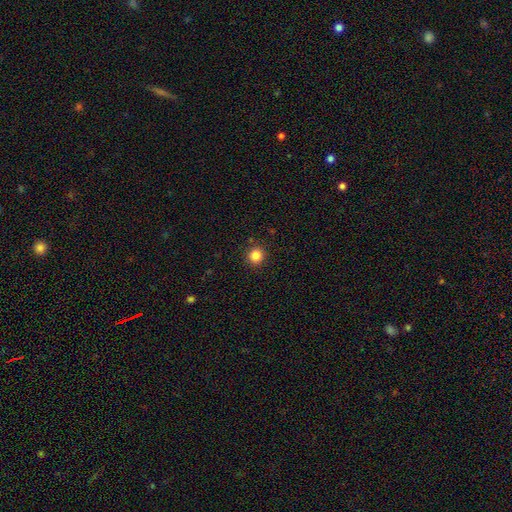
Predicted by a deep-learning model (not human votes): smooth 85%, star or artifact 11%, featured or disk 4%. Down the decision tree: how rounded — round (91%); merging — none (91%).